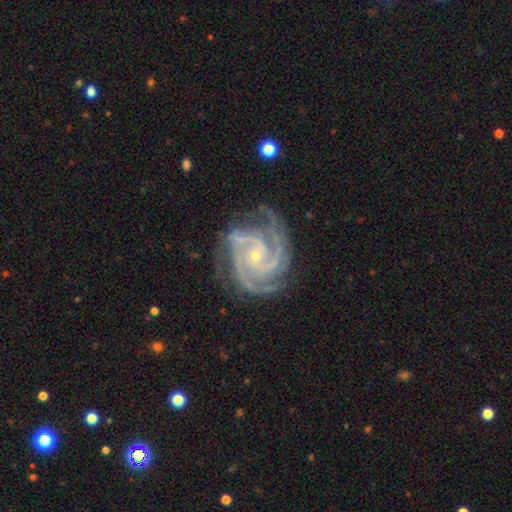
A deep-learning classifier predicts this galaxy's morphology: This is clearly a featured or disk galaxy (93%). It is clearly not viewed edge-on (98%). Bar: likely no (70%). Spiral arm pattern: clearly yes (99%). Spiral arm count: possibly 3 (47%). Spiral winding: likely tight (68%). Central bulge: clearly small (82%). Merging: likely none (72%).